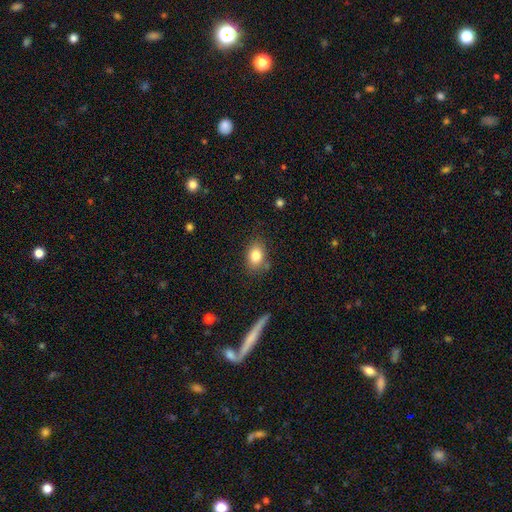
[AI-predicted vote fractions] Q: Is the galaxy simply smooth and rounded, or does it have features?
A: smooth — 81%.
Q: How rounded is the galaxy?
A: in between — 71%.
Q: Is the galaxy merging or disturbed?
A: none — 78%.